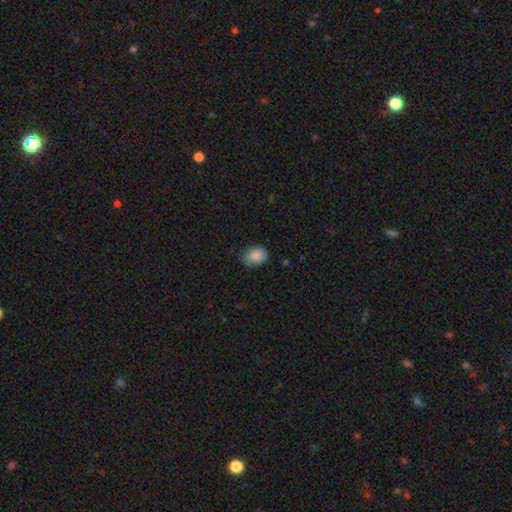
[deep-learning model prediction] Overall: smooth (87%). How rounded: in between (65%; round 35%). Merging: none (78%).